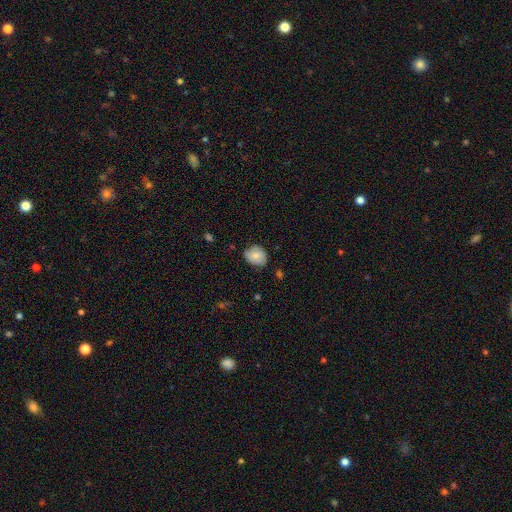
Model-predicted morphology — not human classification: The model was most divided on "how rounded": round: 55%, in between: 44%, cigar-shaped: 1%. More confident: smooth or featured — smooth (69%); merging — none (65%).